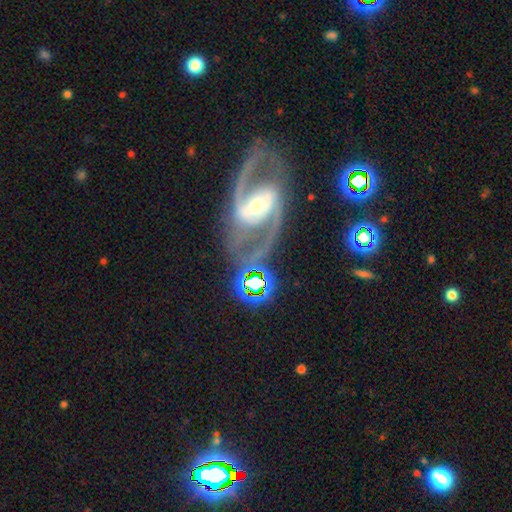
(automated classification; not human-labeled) Morphology: type=featured or disk (90%); edge-on=no (96%); bar=strong (50%); spiral arms=yes (97%); winding=medium (59%); arm count=2 (92%); bulge=small (48%); merging=none (72%).